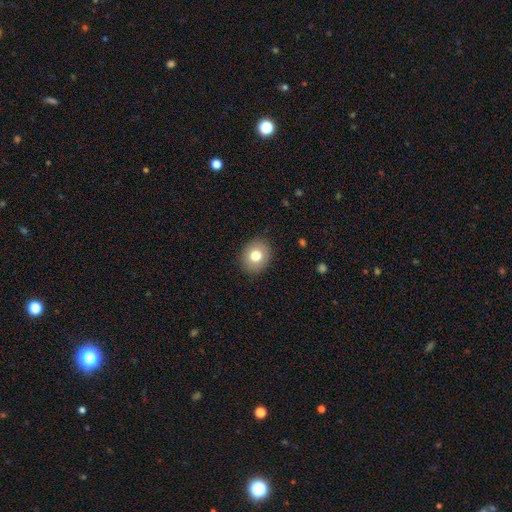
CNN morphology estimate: type=smooth (77%); roundness=round (66%); merging=none (88%).